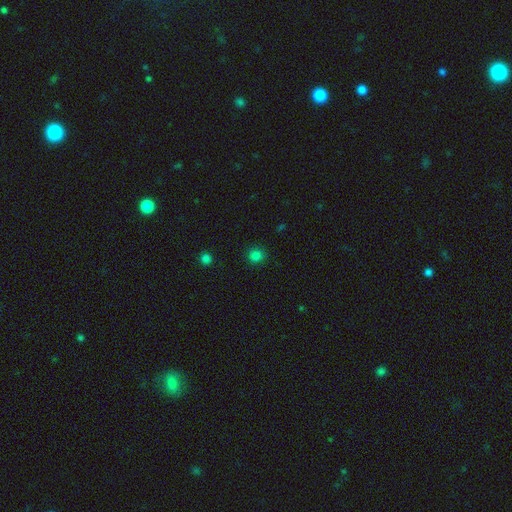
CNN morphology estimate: Smooth or featured? Predicted: smooth (p=0.81). How rounded? Predicted: round (p=0.92). Merging? Predicted: none (p=0.90).